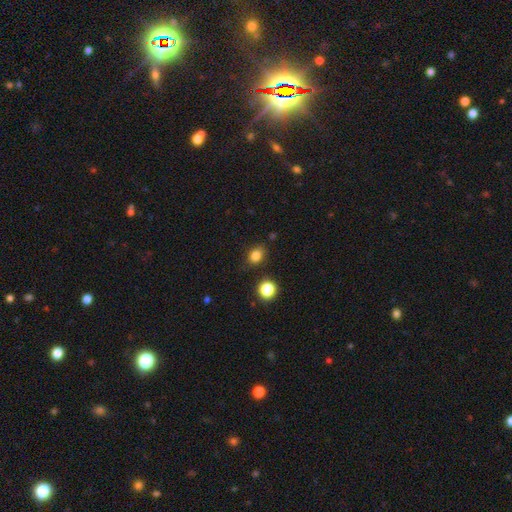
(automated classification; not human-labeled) Smooth or featured? smooth (82%)
How rounded? in between (53%)
Merging? none (78%)